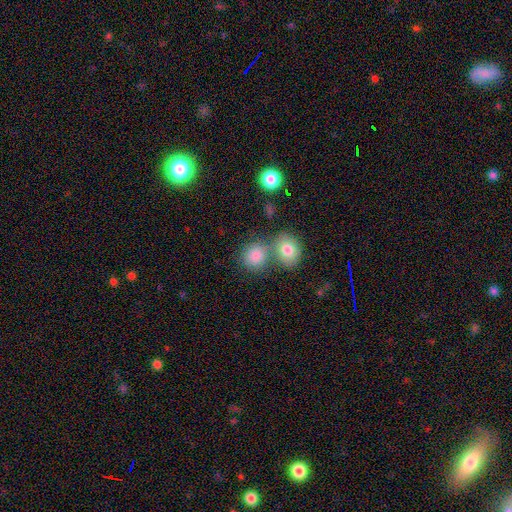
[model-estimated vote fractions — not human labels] smooth_or_featured: smooth (p=0.83) [alt: star or artifact p=0.09]
how_rounded: round (p=0.76) [alt: in between p=0.23]
merging: none (p=0.49) [alt: merger p=0.36]